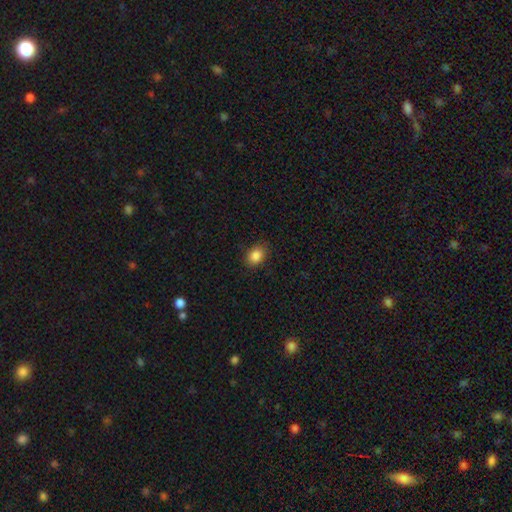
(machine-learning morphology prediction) Q: Smooth or featured?
A: smooth (86%); runner-up: star or artifact (9%)
Q: How rounded?
A: in between (69%); runner-up: round (30%)
Q: Merging?
A: none (86%); runner-up: minor disturbance (11%)